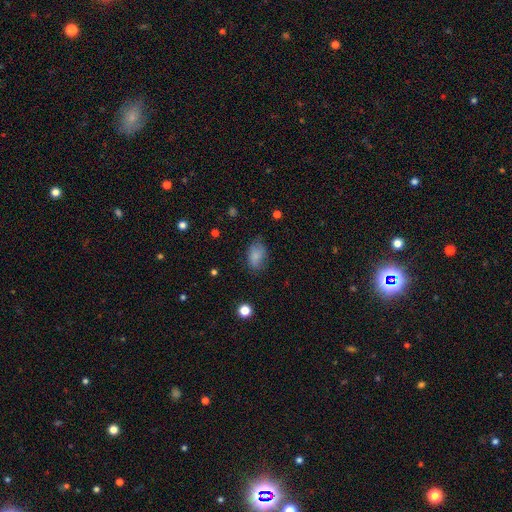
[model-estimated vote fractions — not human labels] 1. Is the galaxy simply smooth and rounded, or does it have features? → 81% smooth, 10% featured or disk, 9% star or artifact.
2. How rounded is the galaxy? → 86% in between, 12% round, 2% cigar-shaped.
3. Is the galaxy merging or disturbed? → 65% none, 26% minor disturbance, 8% major disturbance, 1% merger.